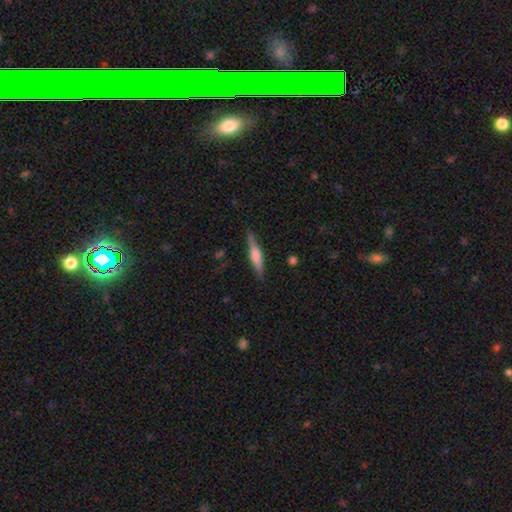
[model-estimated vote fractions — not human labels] Smooth or featured? Predicted: featured or disk (p=0.48). Merging? Predicted: none (p=0.83).